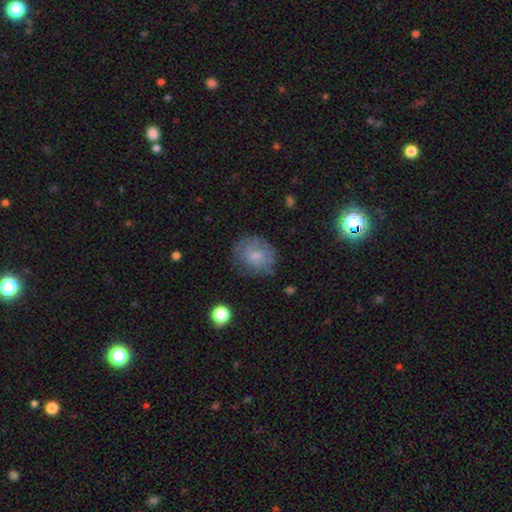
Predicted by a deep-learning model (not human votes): Morphology: type=smooth (62%); roundness=round (64%); merging=none (64%).